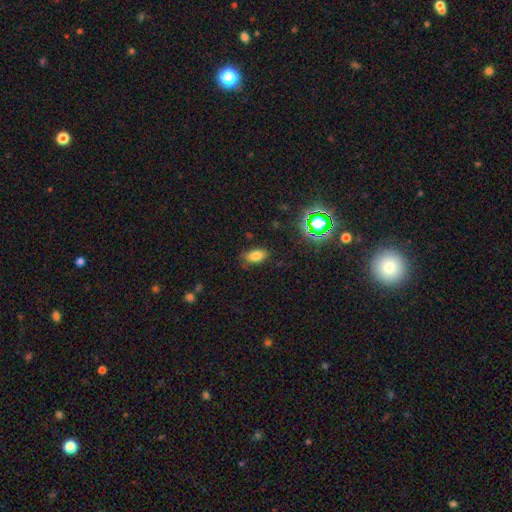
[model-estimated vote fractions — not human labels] Morphology: type=smooth (76%); roundness=in between (89%); merging=none (78%).